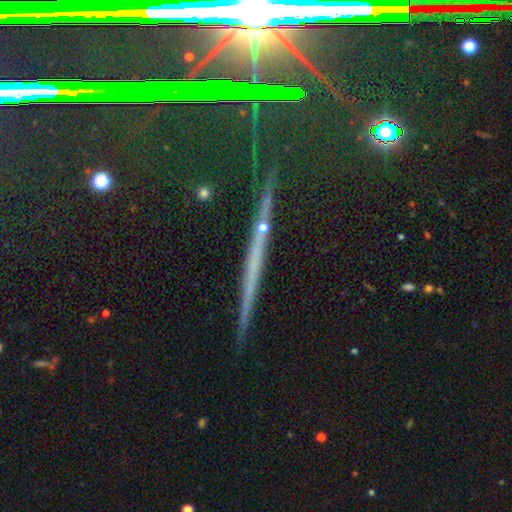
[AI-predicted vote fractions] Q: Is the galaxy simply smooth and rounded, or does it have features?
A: featured or disk — 45%.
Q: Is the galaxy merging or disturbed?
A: none — 88%.